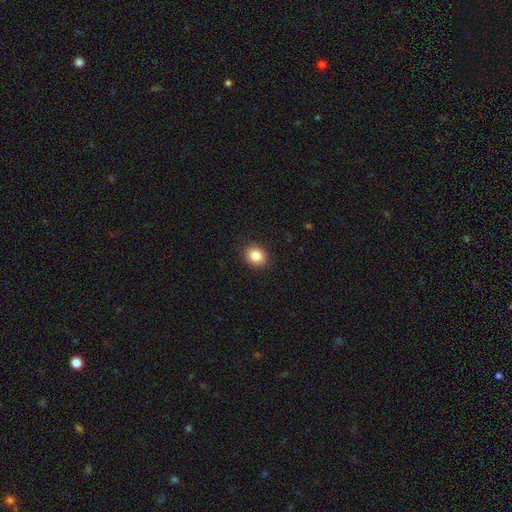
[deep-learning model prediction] Q: Smooth or featured?
A: smooth (85%); runner-up: star or artifact (9%)
Q: How rounded?
A: round (64%); runner-up: in between (35%)
Q: Merging?
A: none (90%); runner-up: minor disturbance (7%)